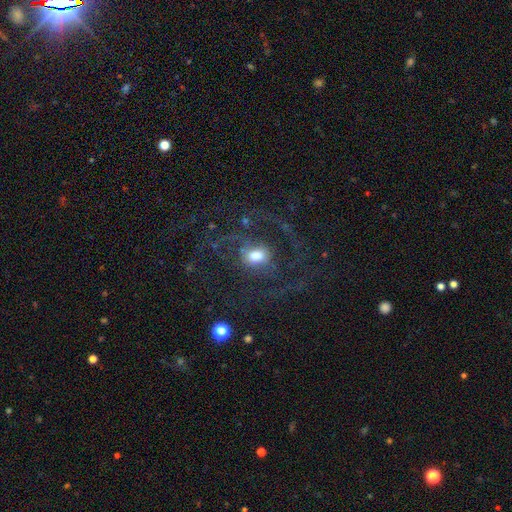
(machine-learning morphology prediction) Smooth or featured? Predicted: featured or disk (p=0.61). Edge-on disk? Predicted: no (p=0.96). Bar? Predicted: no (p=0.58). Spiral arms? Predicted: yes (p=0.77). Bulge size? Predicted: moderate (p=0.53). Merging? Predicted: none (p=0.47).